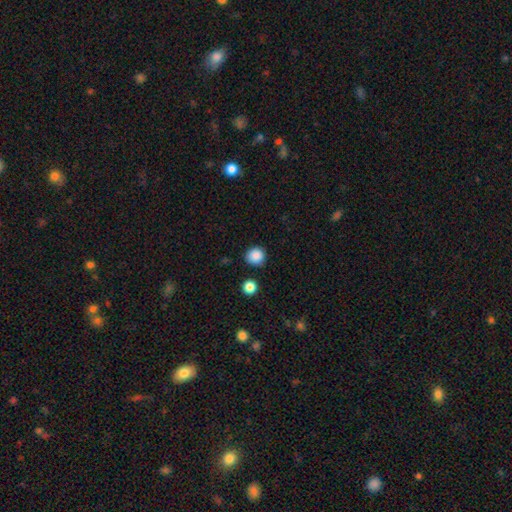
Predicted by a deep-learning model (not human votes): This is clearly a smooth galaxy (87%). How rounded: clearly round (92%). Merging: clearly none (87%).